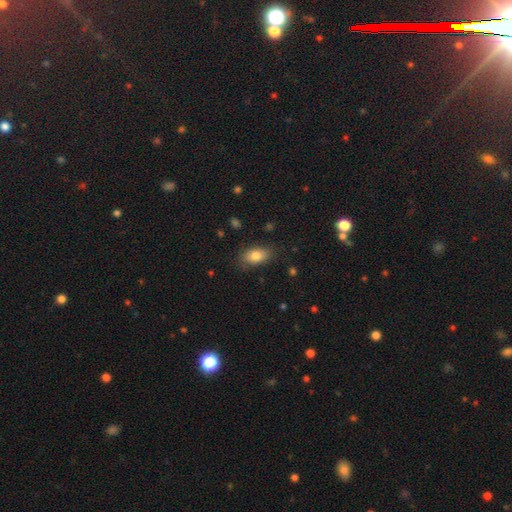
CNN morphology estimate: type=smooth (82%); roundness=in between (89%); merging=none (81%).